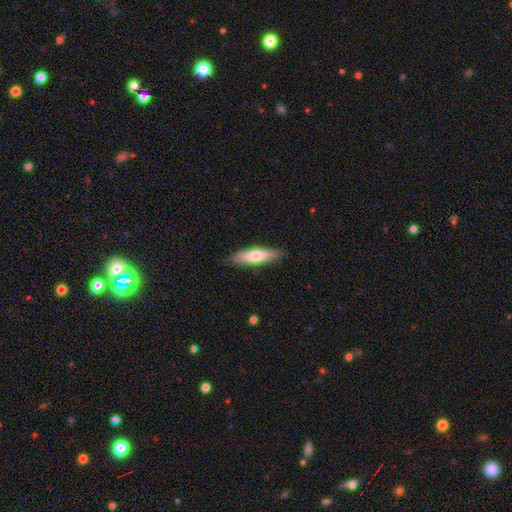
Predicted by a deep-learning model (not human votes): This is possibly a smooth galaxy (59%). How rounded: likely cigar-shaped (69%). Merging: clearly none (86%).